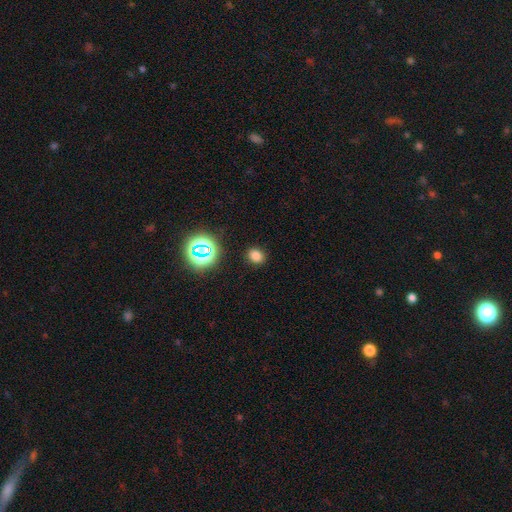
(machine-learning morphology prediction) Smooth or featured?
  - smooth: 75% *
  - star or artifact: 20%
  - featured or disk: 5%
How rounded?
  - round: 59% *
  - in between: 40%
  - cigar-shaped: 1%
Merging?
  - none: 87% *
  - minor disturbance: 8%
  - major disturbance: 3%
  - merger: 1%